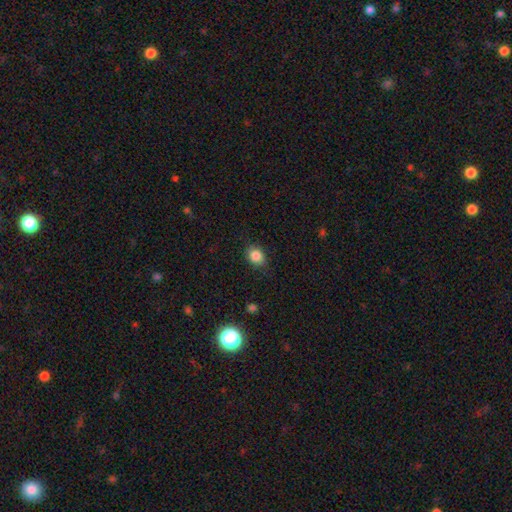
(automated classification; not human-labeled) Smooth or featured? smooth (85%)
How rounded? round (53%)
Merging? none (83%)